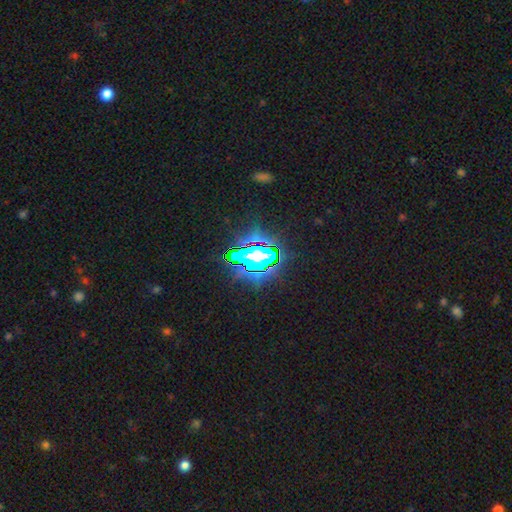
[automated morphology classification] Q: Smooth or featured?
A: star or artifact (69%); runner-up: smooth (16%)